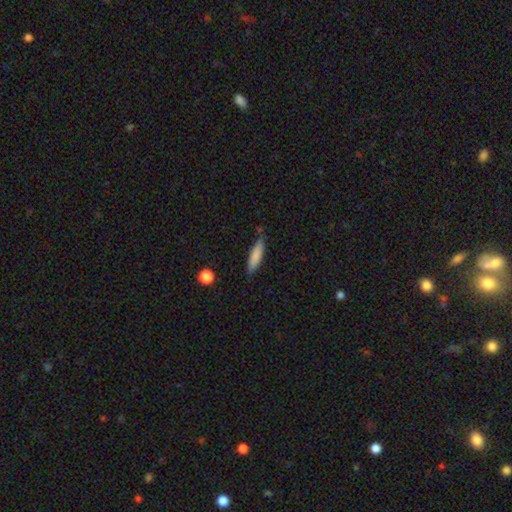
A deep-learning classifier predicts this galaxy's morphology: This appears to be a smooth galaxy with no disk features (82%) that is cigar-shaped (75%). Merging: none (81%).